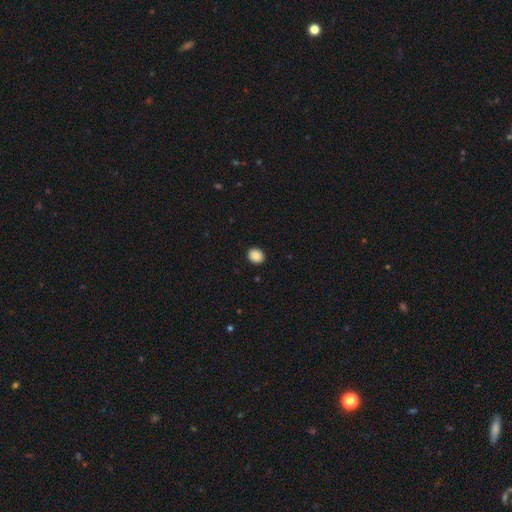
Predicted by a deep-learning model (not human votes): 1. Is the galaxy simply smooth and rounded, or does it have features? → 89% smooth, 8% star or artifact, 3% featured or disk.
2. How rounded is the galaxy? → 59% round, 40% in between, 1% cigar-shaped.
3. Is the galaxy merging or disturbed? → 91% none, 6% minor disturbance, 2% major disturbance, 1% merger.